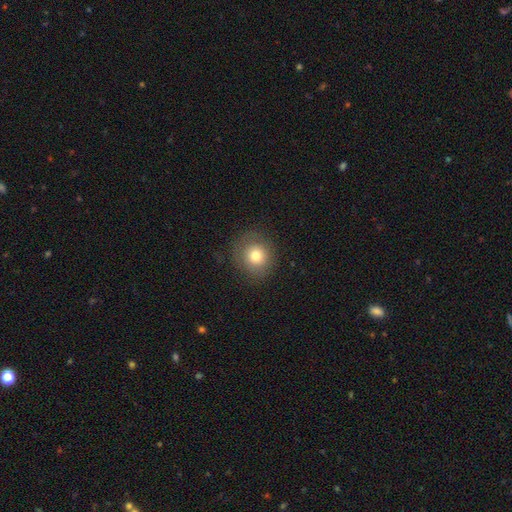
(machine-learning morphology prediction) Smooth or featured? smooth (76%)
How rounded? round (86%)
Merging? none (83%)